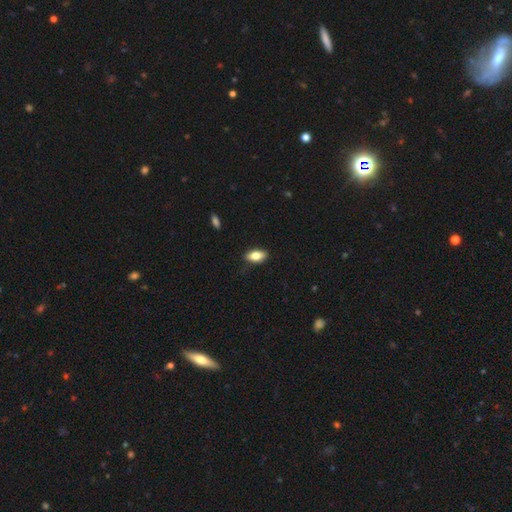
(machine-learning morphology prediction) type=smooth (76%); roundness=in between (87%); merging=none (82%).